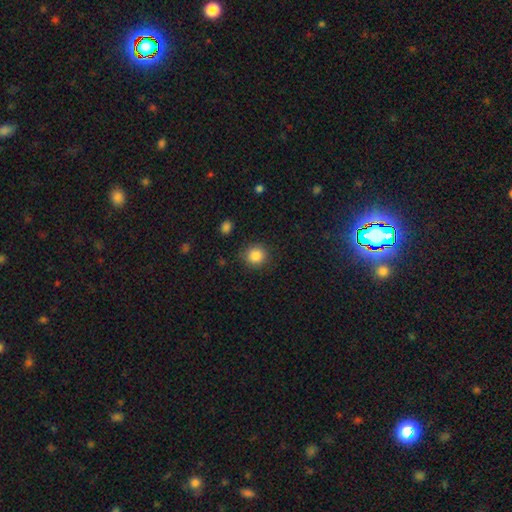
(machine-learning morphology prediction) Smooth or featured? Predicted: smooth (p=0.85). How rounded? Predicted: round (p=0.90). Merging? Predicted: none (p=0.87).